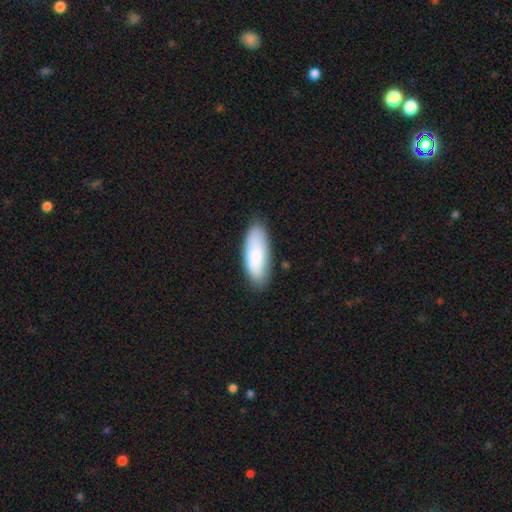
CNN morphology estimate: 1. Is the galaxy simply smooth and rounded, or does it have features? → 83% smooth, 11% featured or disk, 6% star or artifact.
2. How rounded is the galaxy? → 73% in between, 25% cigar-shaped, 2% round.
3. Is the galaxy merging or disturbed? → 83% none, 14% minor disturbance, 3% major disturbance, 1% merger.